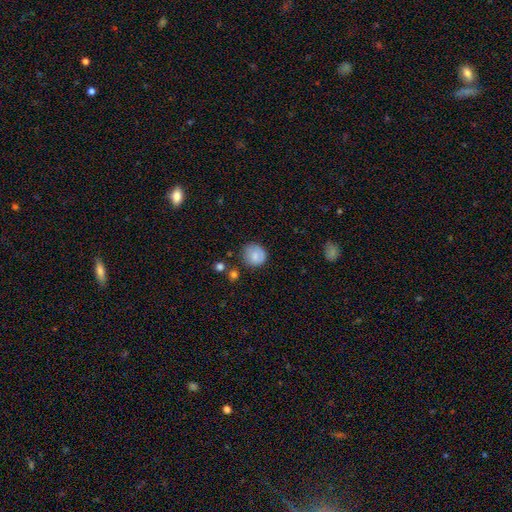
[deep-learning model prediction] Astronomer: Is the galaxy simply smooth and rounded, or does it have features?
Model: smooth — 81%.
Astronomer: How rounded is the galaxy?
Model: round — 88%.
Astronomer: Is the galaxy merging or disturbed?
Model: none — 74%.